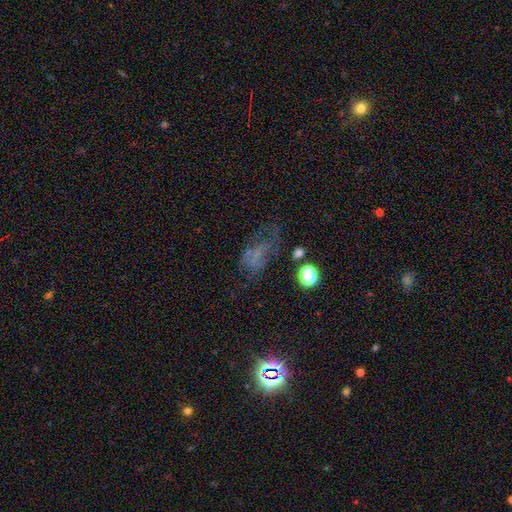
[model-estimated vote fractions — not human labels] Overall: featured or disk (37%; star or artifact 33%). Merging: major disturbance (38%; none 36%).